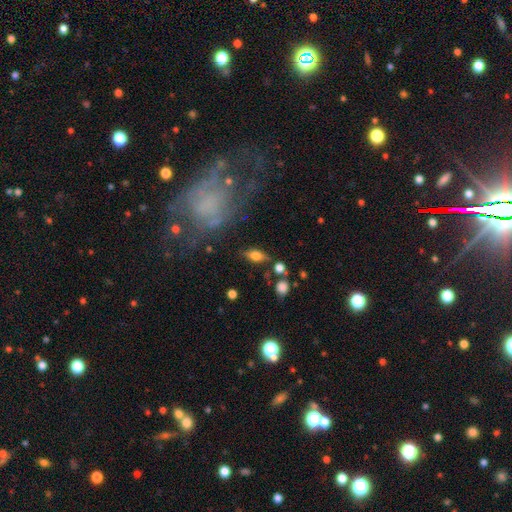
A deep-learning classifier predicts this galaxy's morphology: This appears to be a smooth galaxy with no disk features (60%) that is in between round and cigar-shaped (77%). Merging: none (75%).